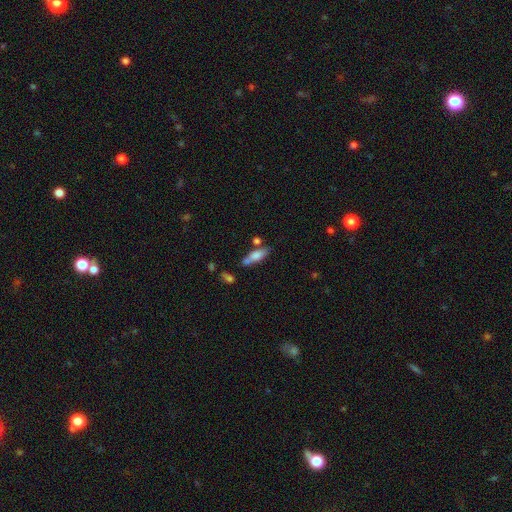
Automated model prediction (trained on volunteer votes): Overall: smooth (68%). How rounded: in between (50%; cigar-shaped 47%). Merging: none (58%; merger 18%).